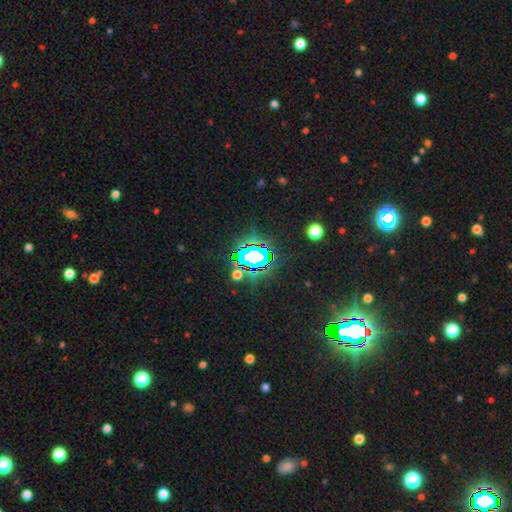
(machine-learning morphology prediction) star or artifact 70%, smooth 17%, featured or disk 13%.